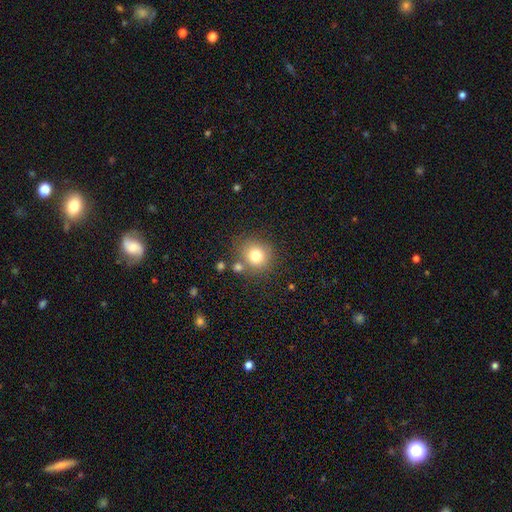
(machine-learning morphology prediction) This is likely a smooth galaxy (78%). How rounded: clearly round (83%). Merging: likely none (74%).